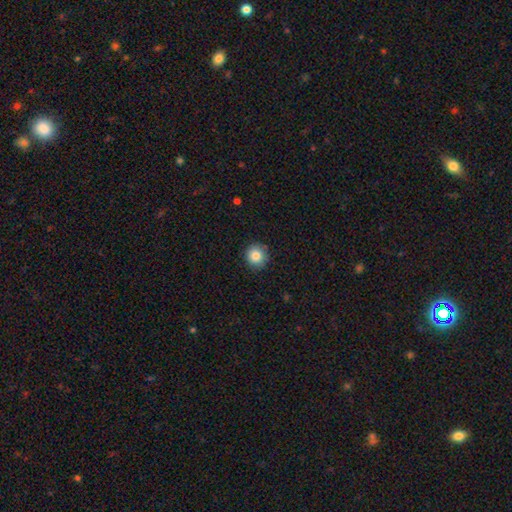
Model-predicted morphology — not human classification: This appears to be a smooth galaxy with no disk features (84%) that is round (90%). Merging: none (89%).